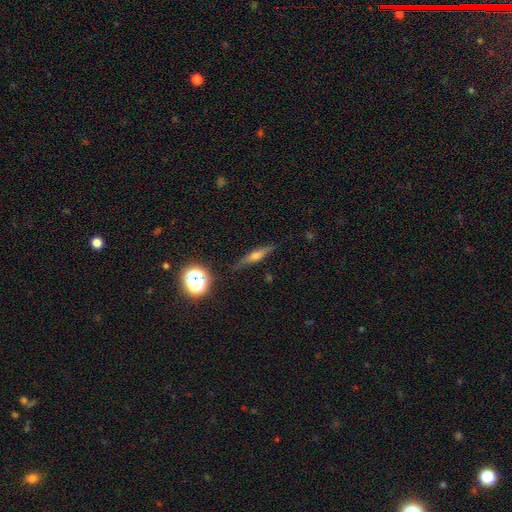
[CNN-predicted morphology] This appears to be a featured or disk galaxy (52%) viewed edge-on (92%). Merging: none (85%).